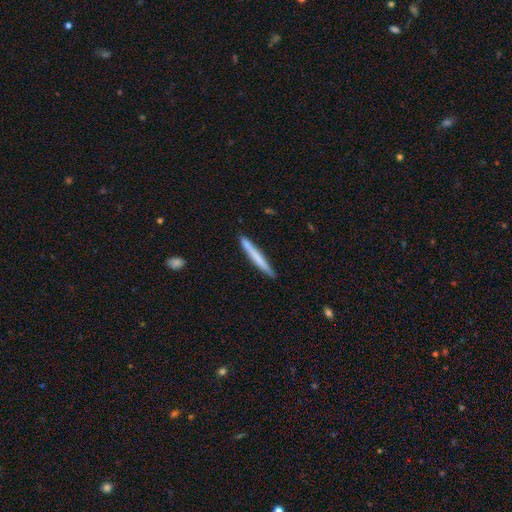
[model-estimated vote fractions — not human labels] smooth 65%, featured or disk 30%, star or artifact 5%. Down the decision tree: how rounded — cigar-shaped (97%); merging — none (90%).